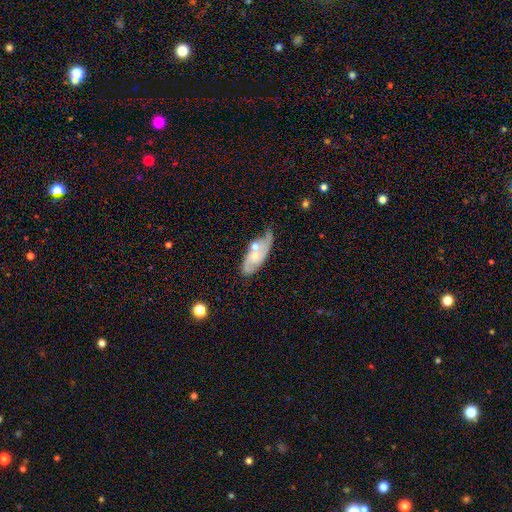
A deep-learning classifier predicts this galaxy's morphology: Smooth or featured: featured or disk — 59% (smooth — 34%)
Edge-on disk: no — 88% (yes — 12%)
Bar: no — 71% (weak — 25%)
Spiral arms: yes — 82% (no — 18%)
Bulge size: small — 57% (moderate — 33%)
Merging: none — 48% (minor disturbance — 25%)